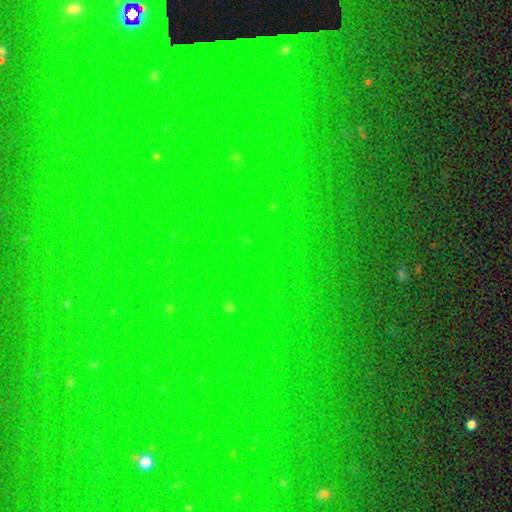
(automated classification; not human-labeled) This appears to be a star or artifact, not a galaxy (80%).